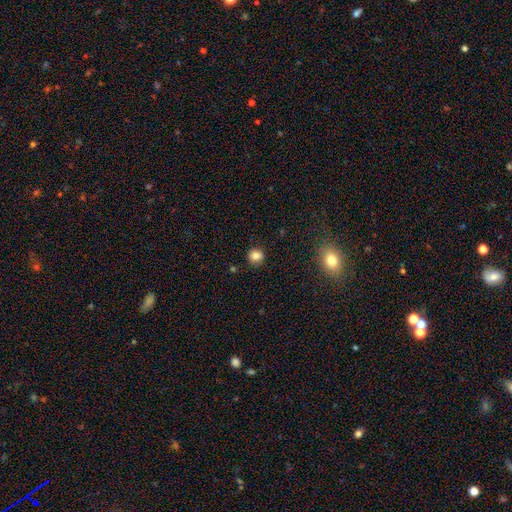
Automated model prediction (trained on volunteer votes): This is clearly a smooth galaxy (83%). How rounded: clearly round (88%). Merging: clearly none (87%).